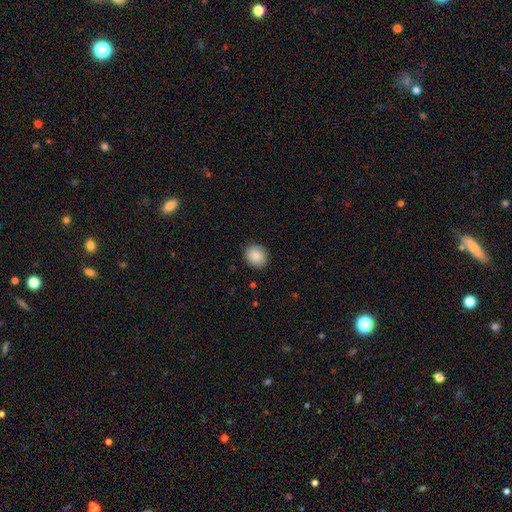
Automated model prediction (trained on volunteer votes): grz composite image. It shows a smooth galaxy with no disk features (87%) that is round (72%). Merging: none (89%).